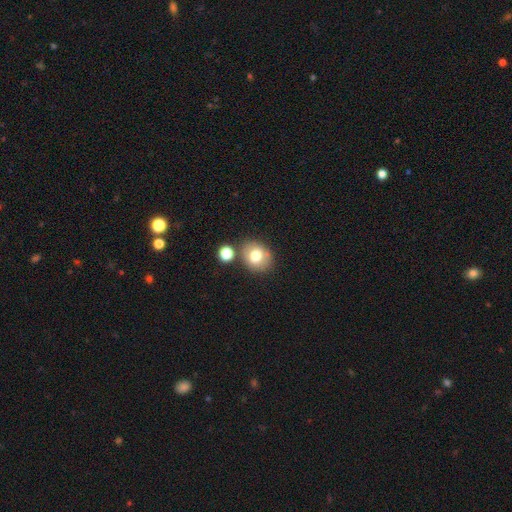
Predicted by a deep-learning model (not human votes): Smooth or featured?
  - smooth: 74% *
  - featured or disk: 16%
  - star or artifact: 10%
How rounded?
  - round: 61% *
  - in between: 38%
  - cigar-shaped: 1%
Merging?
  - none: 72% *
  - minor disturbance: 13%
  - merger: 12%
  - major disturbance: 4%